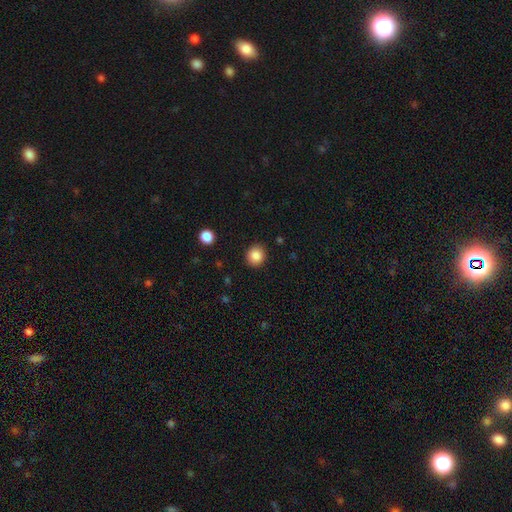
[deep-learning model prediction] Overall: smooth (86%). How rounded: round (87%). Merging: none (91%).